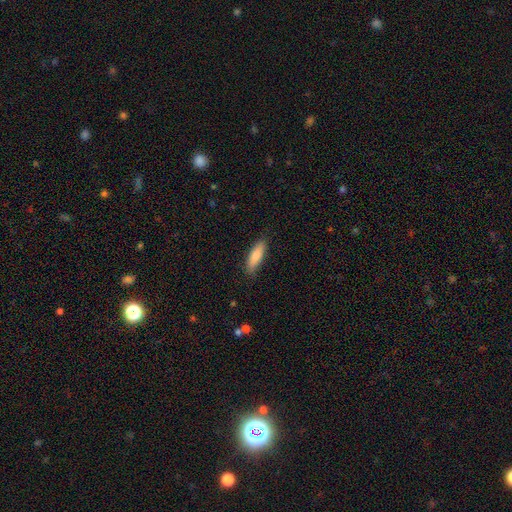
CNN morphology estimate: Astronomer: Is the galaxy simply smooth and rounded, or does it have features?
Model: smooth — 84%.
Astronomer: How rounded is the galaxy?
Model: cigar-shaped — 55% (runner-up: in between, 43%).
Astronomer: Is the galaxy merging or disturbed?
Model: none — 86%.